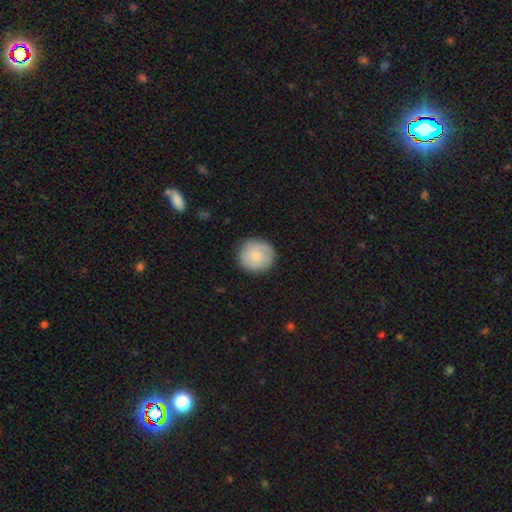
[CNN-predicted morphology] Overall: smooth (66%; featured or disk 28%). How rounded: round (92%). Merging: none (87%).